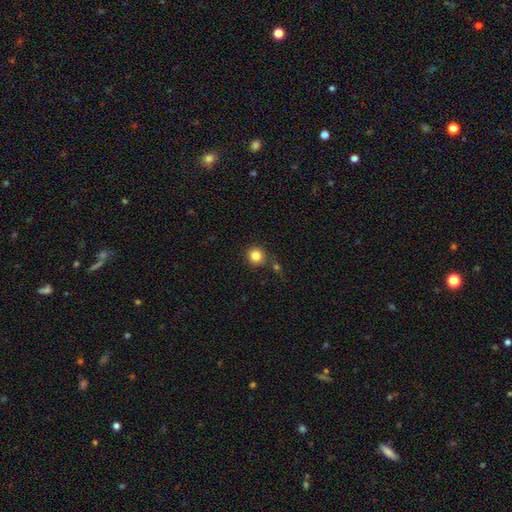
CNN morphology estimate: smooth-or-featured: smooth: 84% | star or artifact: 11% | featured or disk: 5%
  how-rounded: round: 93% | in between: 6% | cigar-shaped: 1%
  merging: none: 80% | minor disturbance: 9% | merger: 9% | major disturbance: 3%